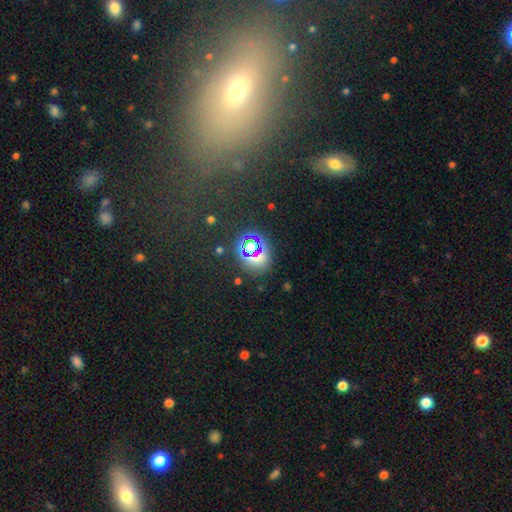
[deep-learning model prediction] Q: Smooth or featured?
A: star or artifact (58%); runner-up: smooth (31%)